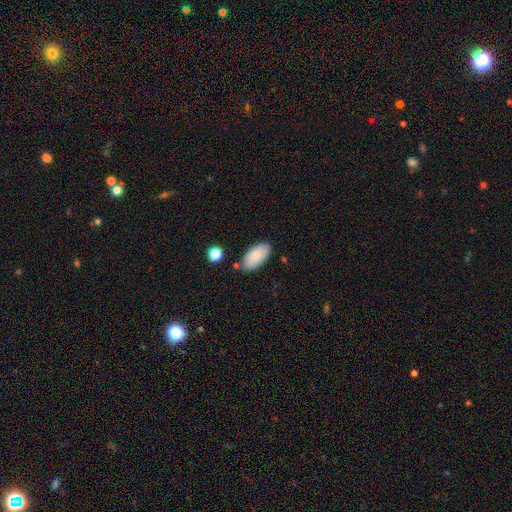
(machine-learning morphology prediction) Smooth or featured? Predicted: smooth (p=0.86). How rounded? Predicted: in between (p=0.94). Merging? Predicted: none (p=0.79).